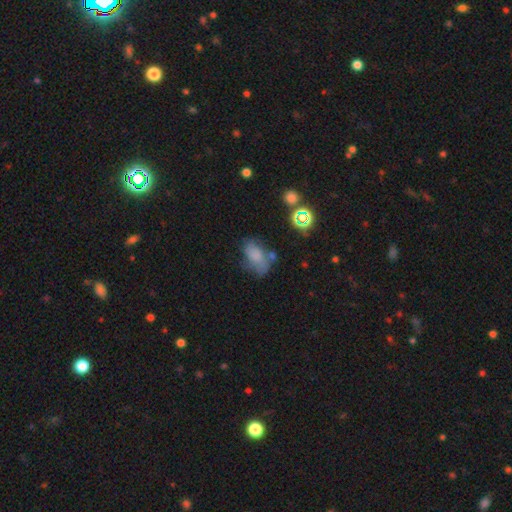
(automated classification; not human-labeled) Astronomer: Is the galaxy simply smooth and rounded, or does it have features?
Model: smooth — 61%.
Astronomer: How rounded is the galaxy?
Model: in between — 86%.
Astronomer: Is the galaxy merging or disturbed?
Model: none — 41% (runner-up: minor disturbance, 30%).